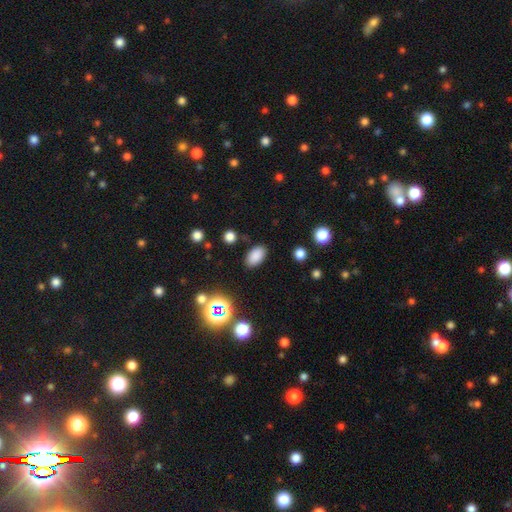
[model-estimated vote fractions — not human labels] This is clearly a smooth galaxy (83%). How rounded: clearly in between (91%). Merging: clearly none (86%).